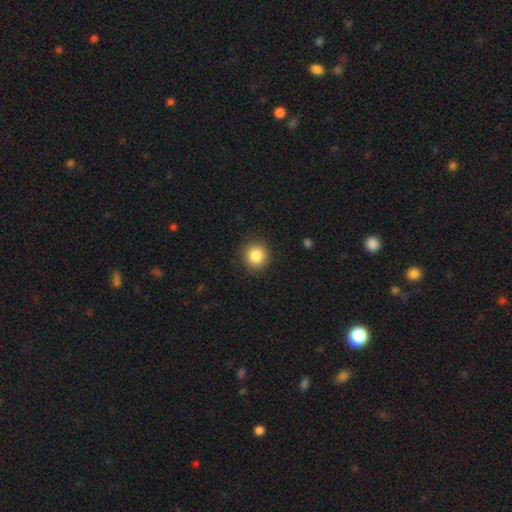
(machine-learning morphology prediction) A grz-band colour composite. It shows a smooth galaxy with no disk features (86%) that is round (91%). Merging: none (90%).